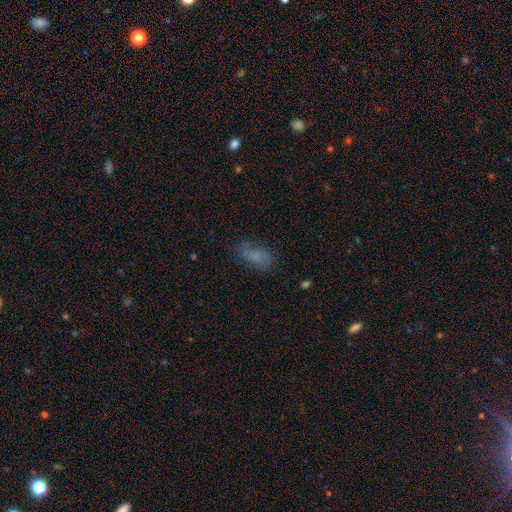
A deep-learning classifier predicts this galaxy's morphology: Q: Smooth or featured?
A: smooth (65%); runner-up: featured or disk (23%)
Q: How rounded?
A: in between (87%); runner-up: cigar-shaped (7%)
Q: Merging?
A: none (65%); runner-up: minor disturbance (22%)